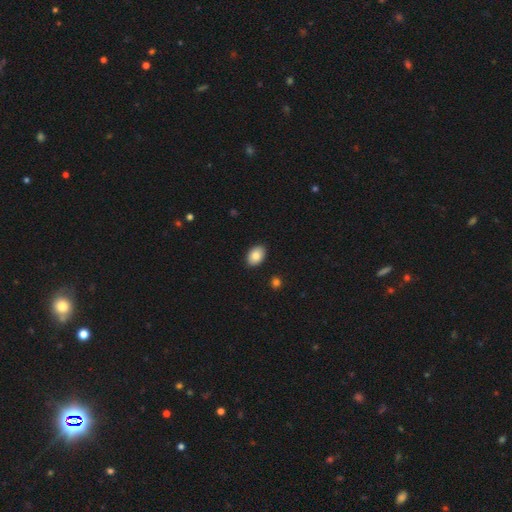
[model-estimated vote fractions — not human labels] Smooth or featured? smooth (85%)
How rounded? in between (87%)
Merging? none (89%)